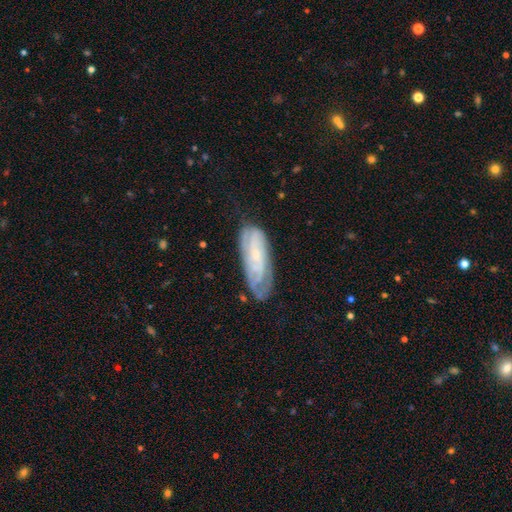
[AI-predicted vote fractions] Overall: featured or disk (71%). Edge-on disk: no (87%). Bar: no (63%; weak 29%). Spiral arms: yes (90%). Spiral arm count: can't tell (48%; 2 21%). Spiral winding: tight (64%; medium 28%). Bulge size: small (74%). Merging: none (67%).